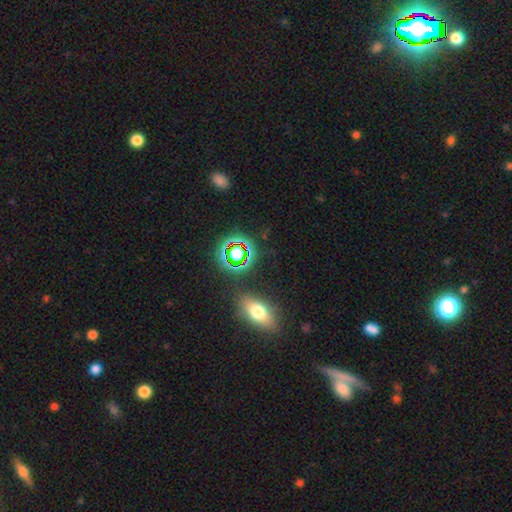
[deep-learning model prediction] Smooth or featured? Predicted: star or artifact (p=0.47).